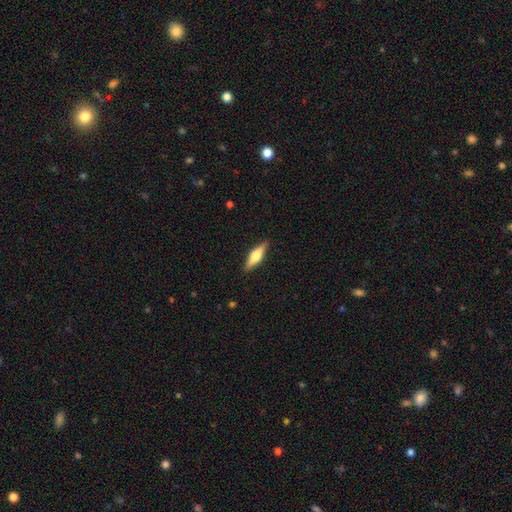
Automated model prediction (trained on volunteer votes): This appears to be a featured or disk galaxy (52%) viewed edge-on (95%). Merging: none (89%).